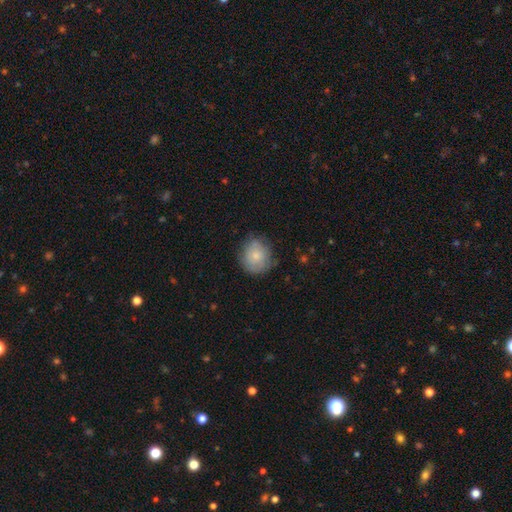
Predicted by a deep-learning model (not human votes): smooth 73%, featured or disk 19%, star or artifact 8%. Down the decision tree: how rounded — round (81%); merging — none (71%).